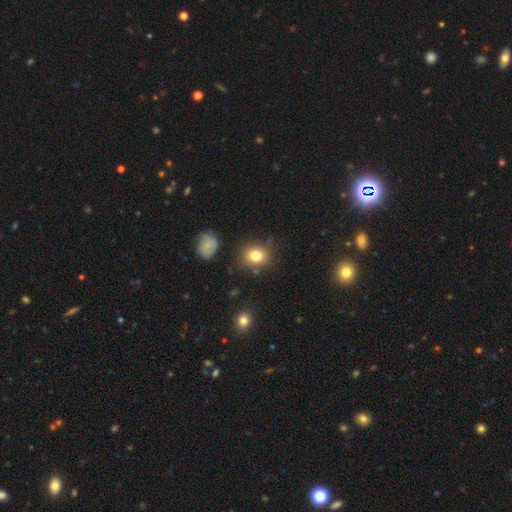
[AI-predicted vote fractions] smooth 80%, star or artifact 11%, featured or disk 8%. Down the decision tree: how rounded — round (73%); merging — none (78%).